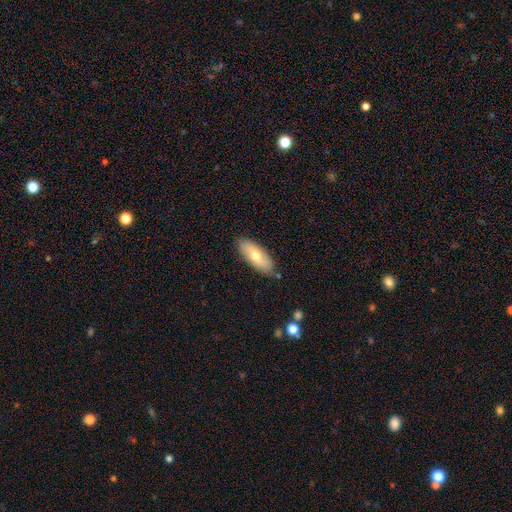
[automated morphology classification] Smooth or featured? Predicted: smooth (p=0.66). How rounded? Predicted: in between (p=0.79). Merging? Predicted: none (p=0.84).